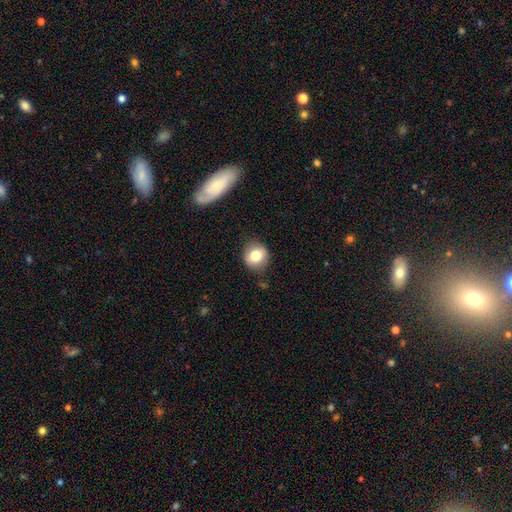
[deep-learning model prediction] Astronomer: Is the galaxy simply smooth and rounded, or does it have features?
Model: smooth — 79%.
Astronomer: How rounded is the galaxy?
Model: round — 82%.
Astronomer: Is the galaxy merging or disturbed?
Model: none — 83%.